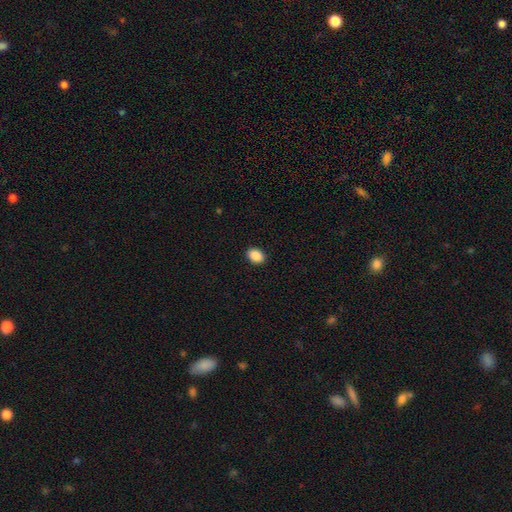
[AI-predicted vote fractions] The model was most divided on "how rounded": in between: 68%, round: 31%, cigar-shaped: 1%. More confident: merging — none (91%); smooth or featured — smooth (89%).